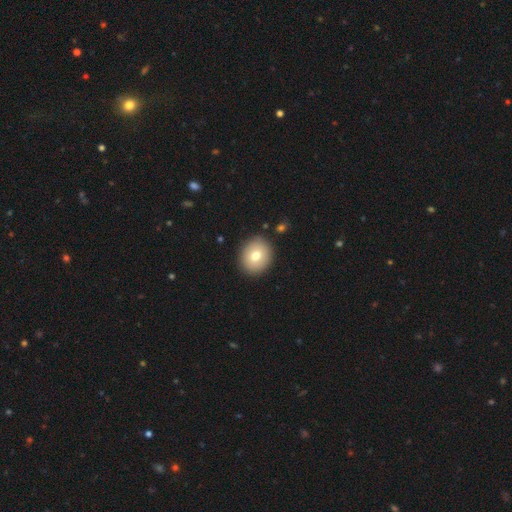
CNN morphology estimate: Overall: smooth (74%). How rounded: round (77%). Merging: none (89%).